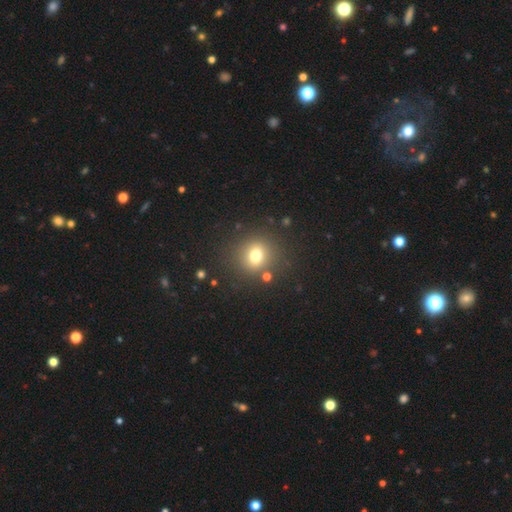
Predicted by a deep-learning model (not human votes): A smooth galaxy with no disk features (74%) that is round (83%). Merging: none (83%).